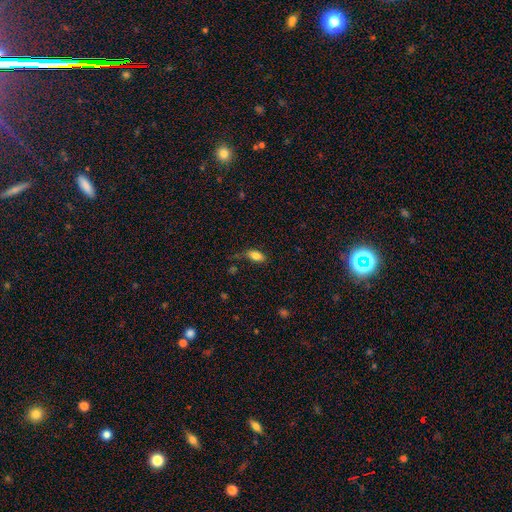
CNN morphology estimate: Smooth or featured? smooth (83%)
How rounded? in between (90%)
Merging? none (73%)